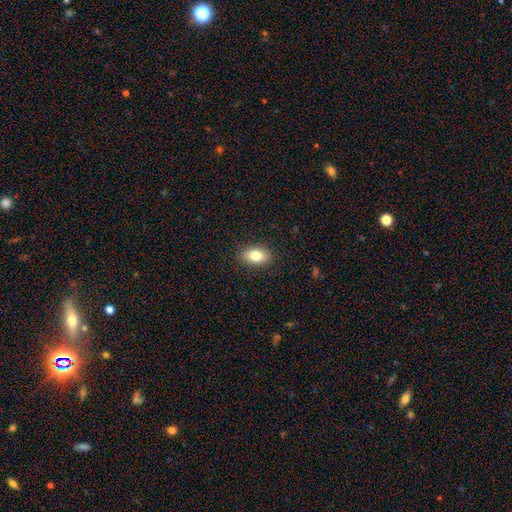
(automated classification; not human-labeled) The model was most divided on "smooth or featured": smooth: 83%, featured or disk: 9%, star or artifact: 8%. More confident: how rounded — in between (89%); merging — none (88%).